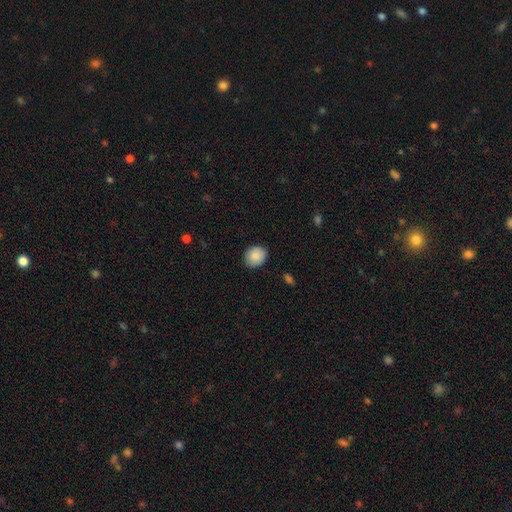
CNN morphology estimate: This is clearly a smooth galaxy (86%). How rounded: likely round (64%). Merging: clearly none (86%).